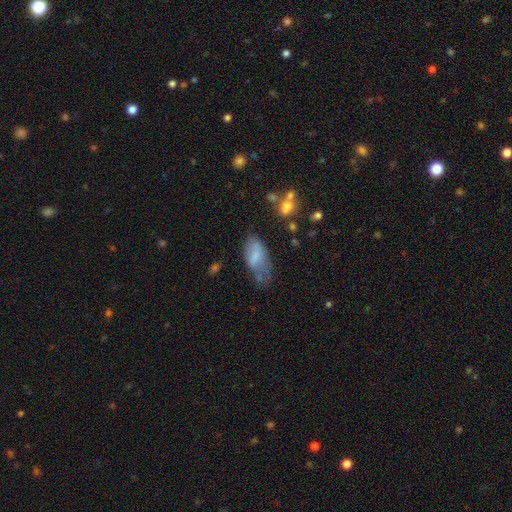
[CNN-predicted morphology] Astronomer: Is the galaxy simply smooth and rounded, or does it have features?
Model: smooth — 68%.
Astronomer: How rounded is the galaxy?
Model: in between — 88%.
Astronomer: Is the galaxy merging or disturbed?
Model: none — 40% (runner-up: minor disturbance, 35%).